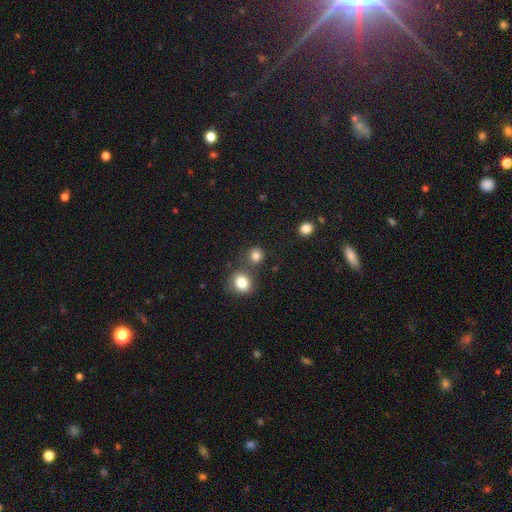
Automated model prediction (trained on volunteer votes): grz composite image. It shows a smooth galaxy with no disk features (82%) that is round (83%). Merging: none (67%).